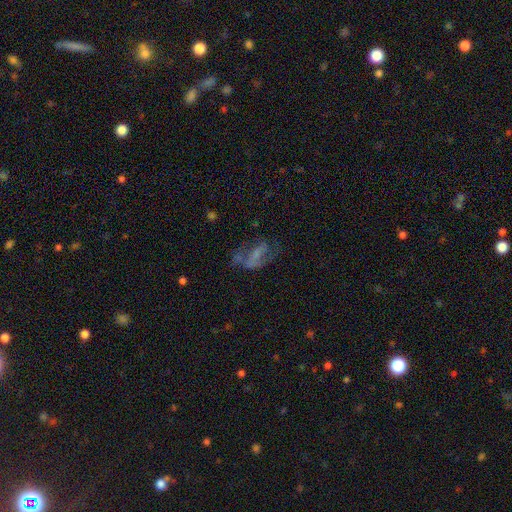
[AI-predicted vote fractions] Morphology: type=featured or disk (55%); edge-on=no (95%); bar=no (48%); spiral arms=yes (52%); bulge=none (49%); merging=major disturbance (38%).